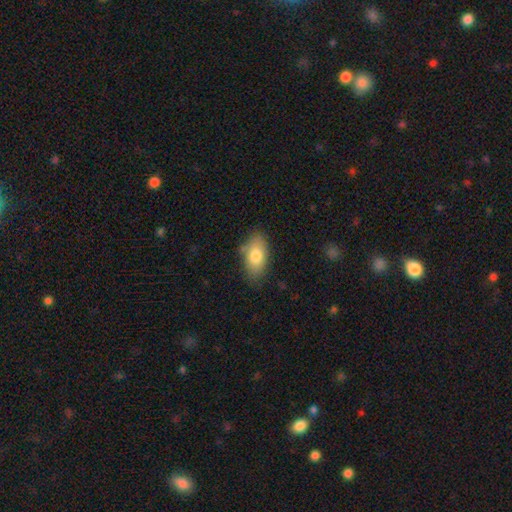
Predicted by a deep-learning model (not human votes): Smooth or featured? Predicted: smooth (p=0.79). How rounded? Predicted: in between (p=0.91). Merging? Predicted: none (p=0.75).